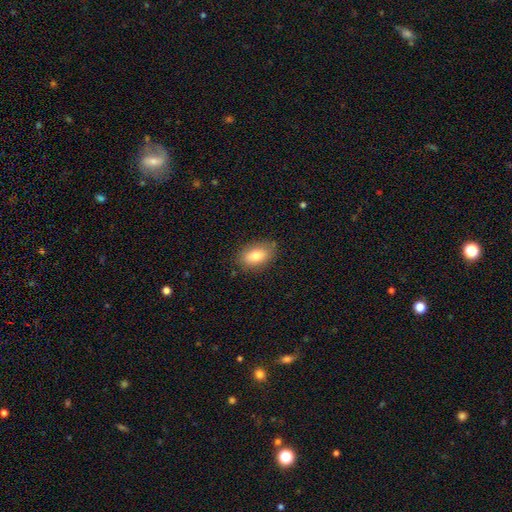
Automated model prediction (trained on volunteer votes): Smooth or featured? Predicted: smooth (p=0.79). How rounded? Predicted: in between (p=0.90). Merging? Predicted: none (p=0.80).